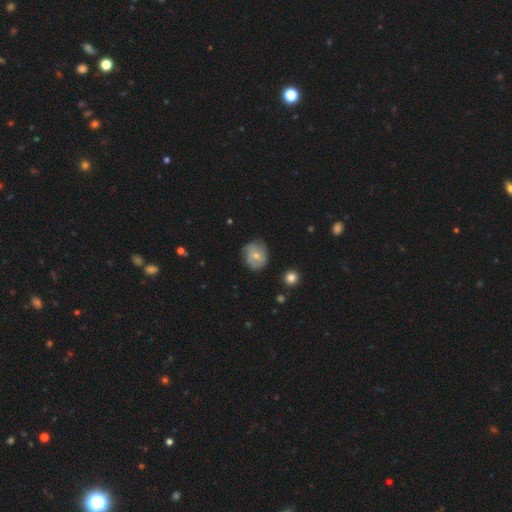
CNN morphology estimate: Q: Smooth or featured?
A: featured or disk (52%); runner-up: smooth (40%)
Q: Edge-on disk?
A: no (97%); runner-up: yes (3%)
Q: Bar?
A: no (71%); runner-up: weak (25%)
Q: Spiral arms?
A: yes (75%); runner-up: no (25%)
Q: Bulge size?
A: small (55%); runner-up: moderate (41%)
Q: Merging?
A: none (70%); runner-up: minor disturbance (22%)